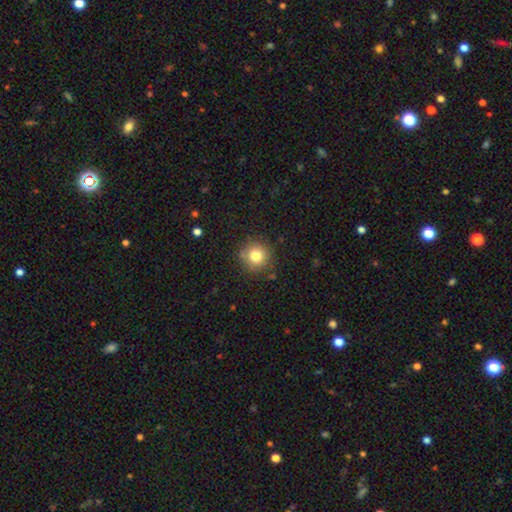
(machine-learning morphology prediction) smooth 79%, star or artifact 12%, featured or disk 9%. Down the decision tree: how rounded — round (94%); merging — none (85%).